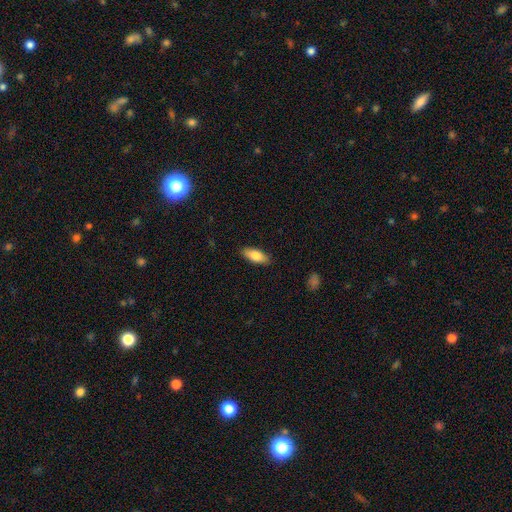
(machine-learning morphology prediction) A smooth galaxy with no disk features (80%) that is in between round and cigar-shaped (80%).

Vote fractions:
- Smooth or featured? smooth: 80% / featured or disk: 14% / star or artifact: 6%
- How rounded? in between: 80% / cigar-shaped: 18% / round: 2%
- Merging? none: 88% / minor disturbance: 10% / major disturbance: 2% / merger: 1%